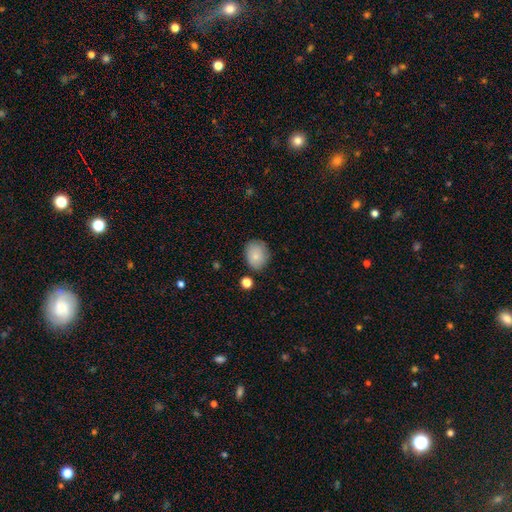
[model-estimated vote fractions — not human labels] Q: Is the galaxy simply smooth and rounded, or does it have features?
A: smooth — 82%.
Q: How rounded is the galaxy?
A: in between — 52%.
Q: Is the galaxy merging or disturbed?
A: none — 76%.